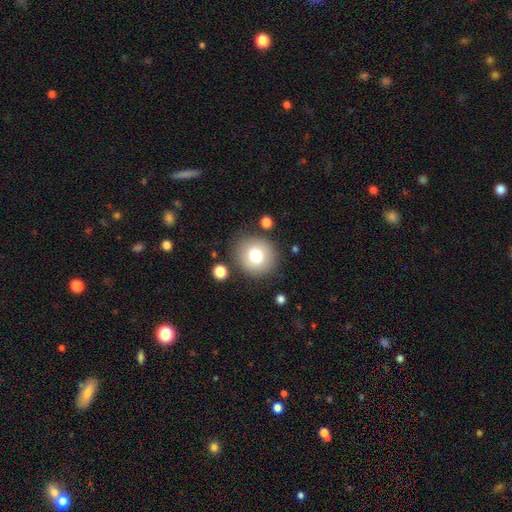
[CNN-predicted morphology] The model was most divided on "smooth or featured": smooth: 76%, featured or disk: 15%, star or artifact: 10%. More confident: how rounded — round (89%); merging — none (83%).